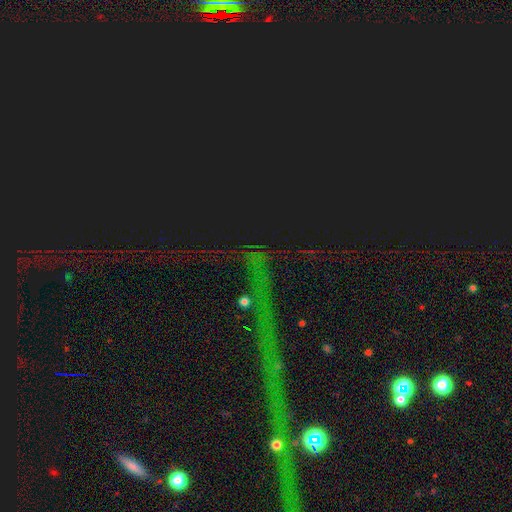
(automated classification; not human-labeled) This is clearly a star or artifact rather than a galaxy (84%).